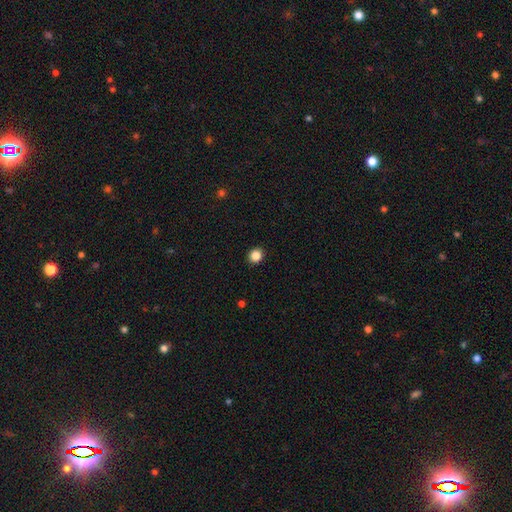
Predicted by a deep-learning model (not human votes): This appears to be a smooth galaxy with no disk features (86%) that is round (81%). Merging: none (92%).